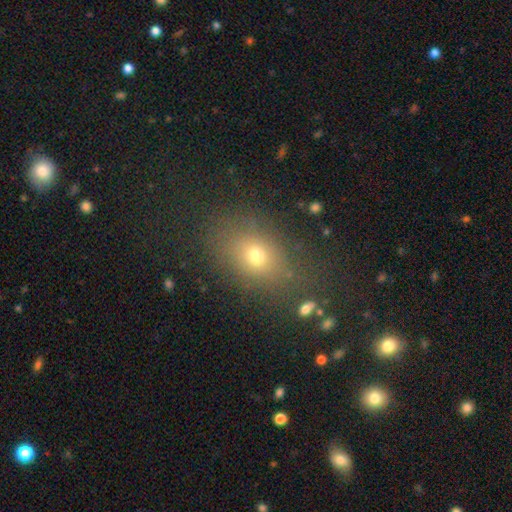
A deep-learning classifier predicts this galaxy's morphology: type=smooth (68%); roundness=in between (61%); merging=none (76%).